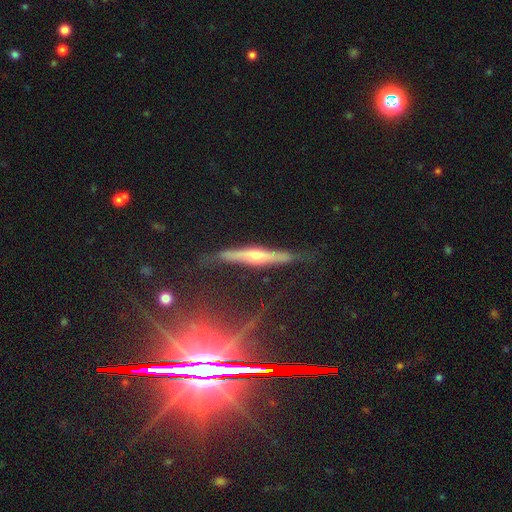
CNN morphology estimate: This appears to be a featured or disk galaxy (66%) viewed edge-on (92%) with a rounded central bulge (82%). Merging: none (79%).